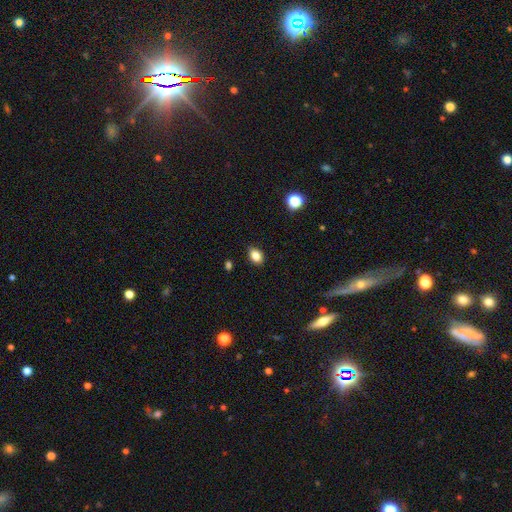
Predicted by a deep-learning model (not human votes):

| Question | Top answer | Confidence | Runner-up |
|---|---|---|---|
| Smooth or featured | smooth | 84% | star or artifact (10%) |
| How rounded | in between | 78% | round (20%) |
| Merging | none | 87% | minor disturbance (10%) |